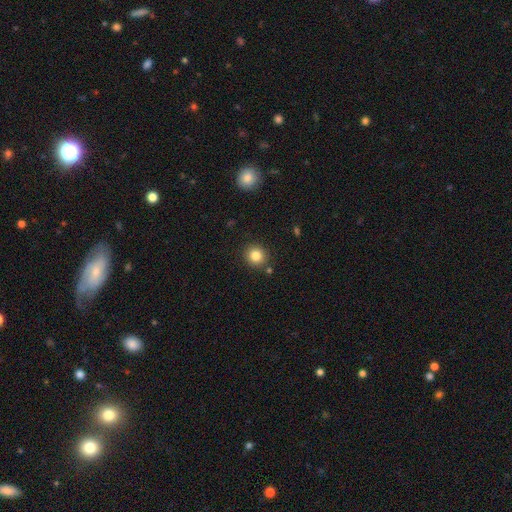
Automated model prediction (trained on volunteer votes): A smooth galaxy with no disk features (84%) that is round (90%).

Vote fractions:
- Smooth or featured? smooth: 84% / star or artifact: 11% / featured or disk: 6%
- How rounded? round: 90% / in between: 9% / cigar-shaped: 1%
- Merging? none: 86% / minor disturbance: 8% / merger: 4% / major disturbance: 2%